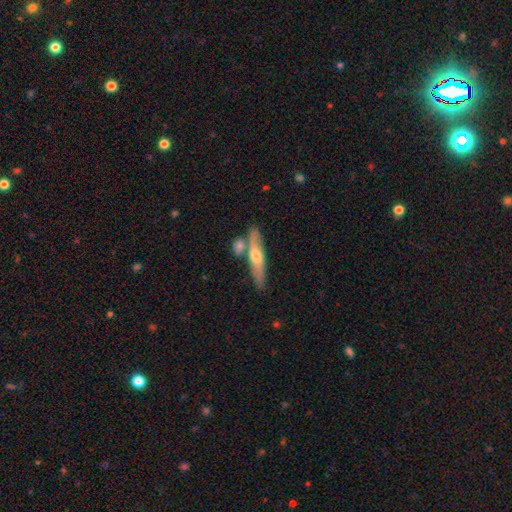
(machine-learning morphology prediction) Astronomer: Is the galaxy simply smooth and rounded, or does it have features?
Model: featured or disk — 50% (runner-up: smooth, 45%).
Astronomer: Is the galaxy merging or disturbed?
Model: none — 66%.